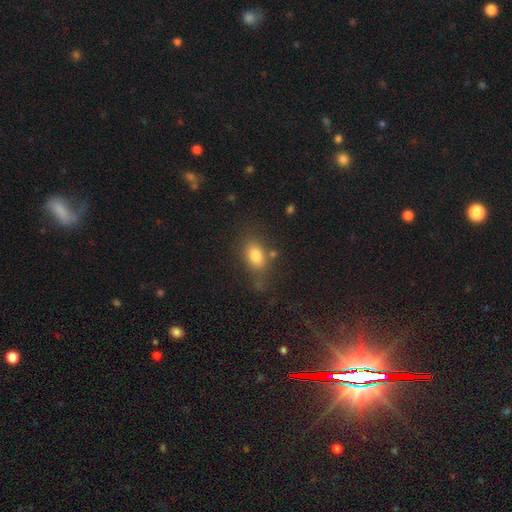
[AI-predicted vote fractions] Smooth or featured?
  - smooth: 80% *
  - star or artifact: 10%
  - featured or disk: 10%
How rounded?
  - in between: 81% *
  - round: 16%
  - cigar-shaped: 3%
Merging?
  - none: 64% *
  - minor disturbance: 20%
  - major disturbance: 8%
  - merger: 7%